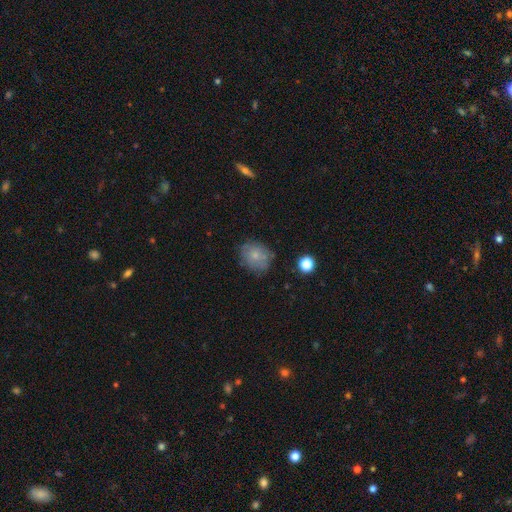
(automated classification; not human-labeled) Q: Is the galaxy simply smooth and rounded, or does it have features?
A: smooth — 71%.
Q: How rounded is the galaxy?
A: round — 52%.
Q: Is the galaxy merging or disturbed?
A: none — 71%.